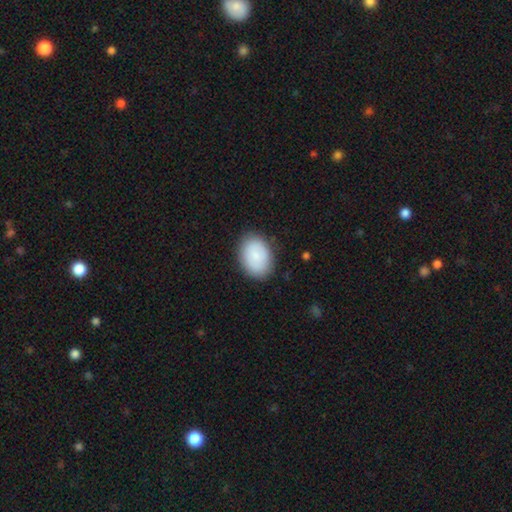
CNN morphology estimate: Smooth or featured? Predicted: smooth (p=0.83). How rounded? Predicted: in between (p=0.76). Merging? Predicted: none (p=0.84).